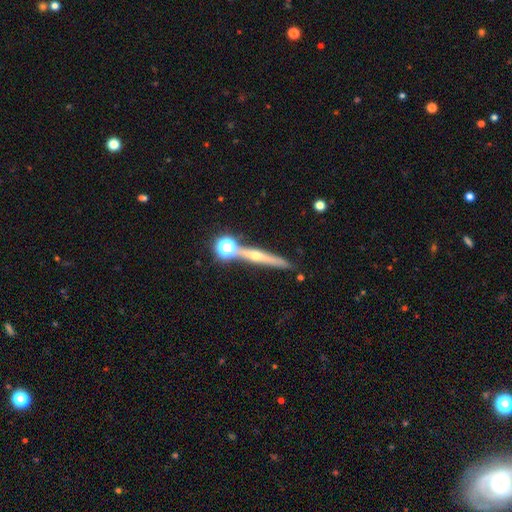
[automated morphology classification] The model was most divided on "smooth or featured": featured or disk: 65%, smooth: 23%, star or artifact: 12%. More confident: edge-on disk — yes (93%); edge-on bulge — rounded (83%); merging — none (76%).